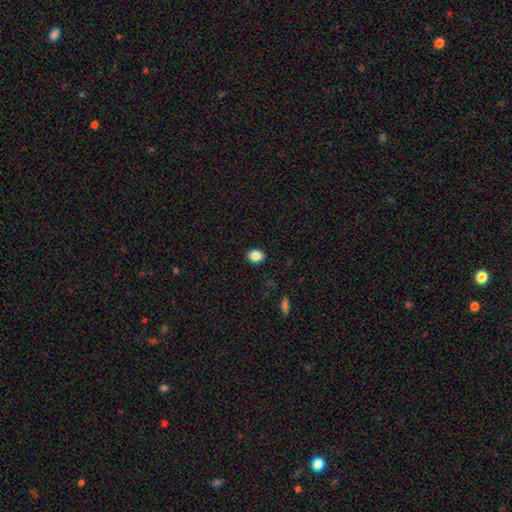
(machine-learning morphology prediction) Overall: smooth (87%). How rounded: in between (57%; round 42%). Merging: none (89%).